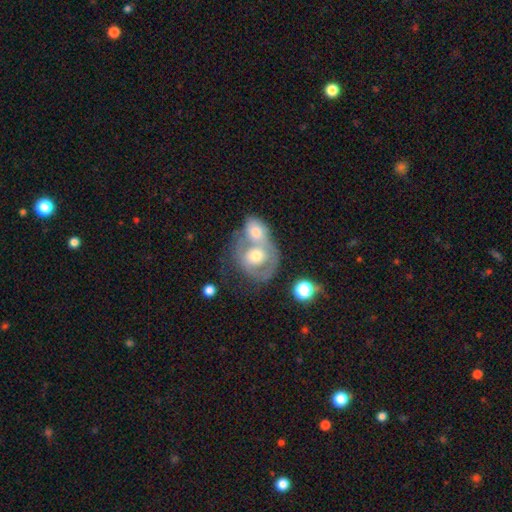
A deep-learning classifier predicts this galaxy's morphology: Smooth or featured: featured or disk — 51% (smooth — 42%)
Edge-on disk: no — 96% (yes — 4%)
Merging: merger — 66% (none — 18%)